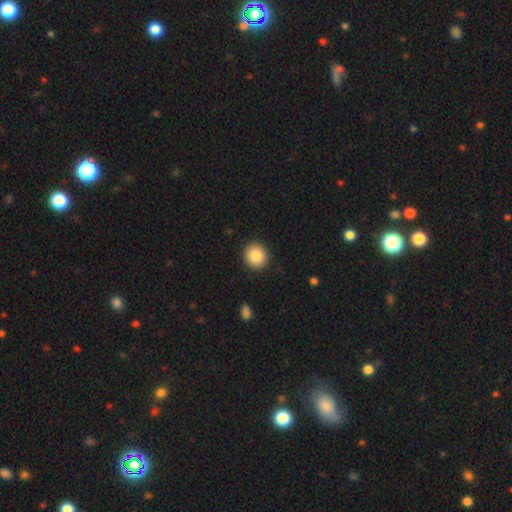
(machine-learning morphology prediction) Smooth or featured? Predicted: smooth (p=0.88). How rounded? Predicted: round (p=0.86). Merging? Predicted: none (p=0.91).